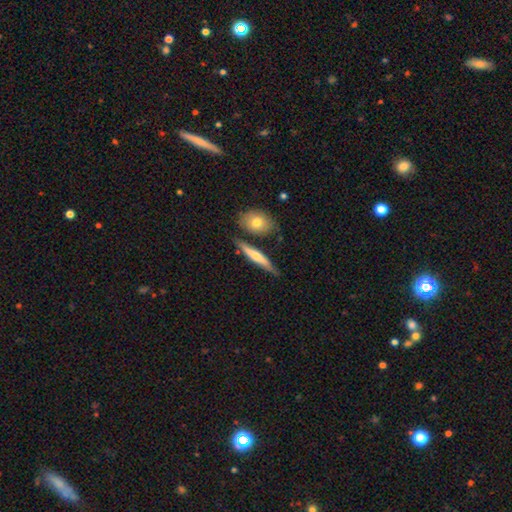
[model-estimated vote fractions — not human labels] Smooth or featured? Predicted: smooth (p=0.51). How rounded? Predicted: cigar-shaped (p=0.84). Merging? Predicted: none (p=0.74).